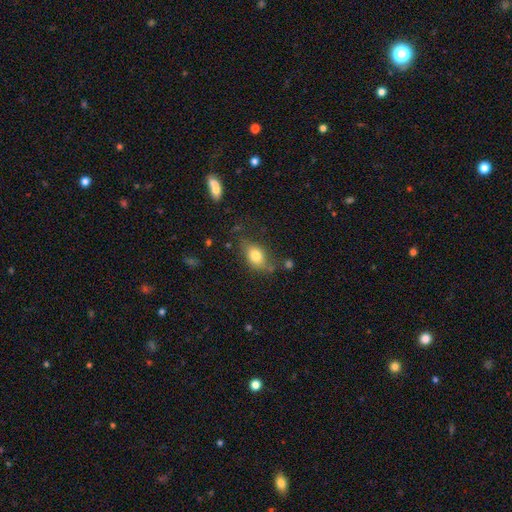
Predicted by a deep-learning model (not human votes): This is likely a smooth galaxy (78%). How rounded: likely in between (79%). Merging: likely none (63%).